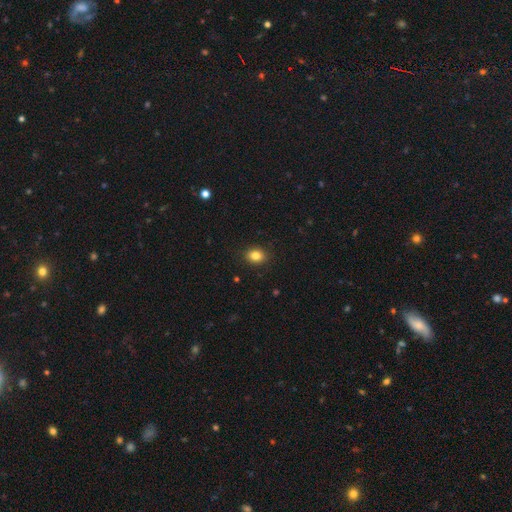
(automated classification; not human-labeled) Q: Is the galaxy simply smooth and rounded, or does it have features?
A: smooth — 84%.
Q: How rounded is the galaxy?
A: in between — 53%.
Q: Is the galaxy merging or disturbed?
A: none — 89%.